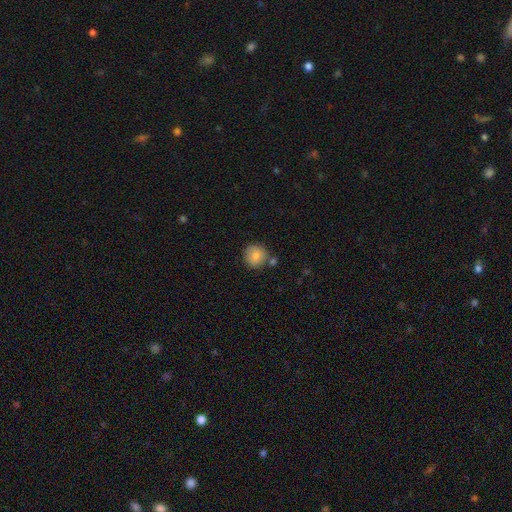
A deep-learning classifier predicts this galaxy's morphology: smooth_or_featured: smooth (p=0.84) [alt: star or artifact p=0.08]
how_rounded: round (p=0.91) [alt: in between p=0.08]
merging: none (p=0.73) [alt: merger p=0.12]